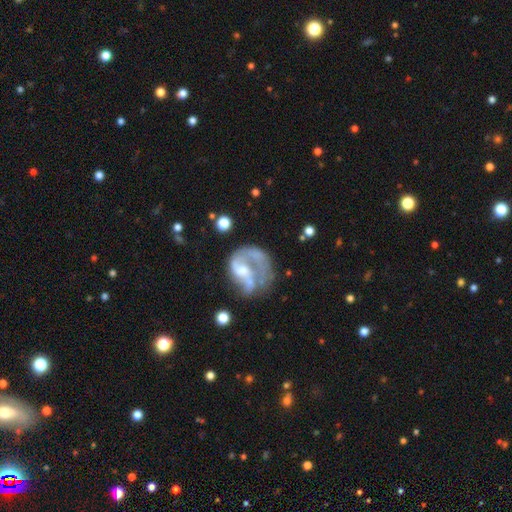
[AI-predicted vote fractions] The model was most divided on "merging": major disturbance: 39%, none: 31%, minor disturbance: 17%, merger: 13%. Remaining: edge-on disk — no (98%); spiral arms — yes (75%); smooth or featured — featured or disk (74%); bar — no (61%); spiral arm count — 1 (56%); spiral winding — loose (47%); bulge size — moderate (43%).